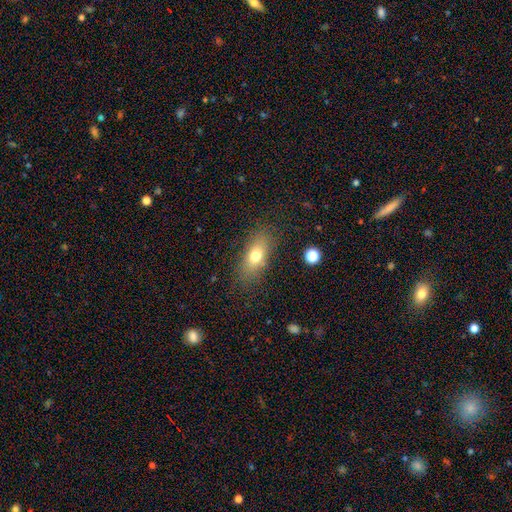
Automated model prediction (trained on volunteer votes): Smooth or featured? Predicted: smooth (p=0.71). How rounded? Predicted: in between (p=0.76). Merging? Predicted: none (p=0.81).